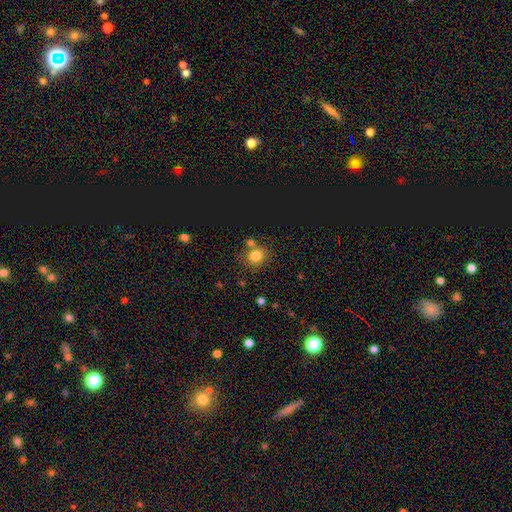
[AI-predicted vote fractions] This is likely a smooth galaxy (77%). How rounded: likely round (73%). Merging: likely none (69%).